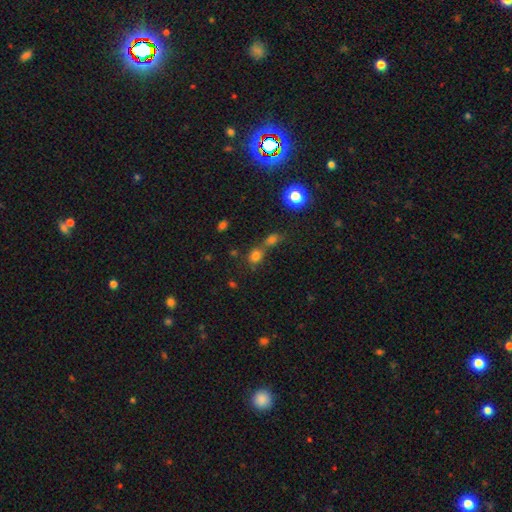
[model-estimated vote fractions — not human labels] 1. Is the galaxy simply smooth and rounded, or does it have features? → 75% smooth, 18% star or artifact, 8% featured or disk.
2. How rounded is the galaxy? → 66% round, 32% in between, 2% cigar-shaped.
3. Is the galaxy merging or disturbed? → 47% merger, 40% none, 8% minor disturbance, 4% major disturbance.